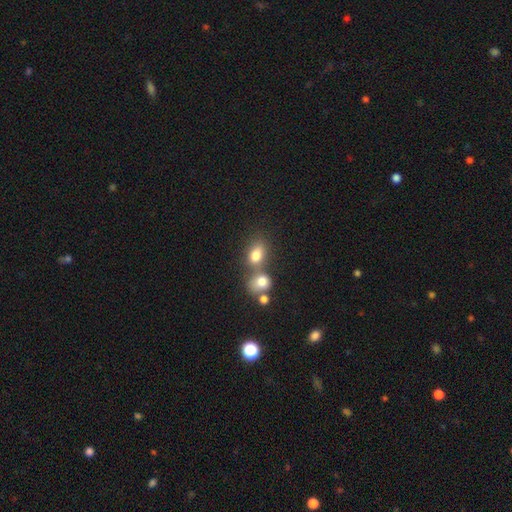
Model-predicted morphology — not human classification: smooth-or-featured: smooth: 78% | featured or disk: 11% | star or artifact: 11%
  how-rounded: in between: 68% | round: 30% | cigar-shaped: 2%
  merging: merger: 46% | none: 38% | minor disturbance: 10% | major disturbance: 5%